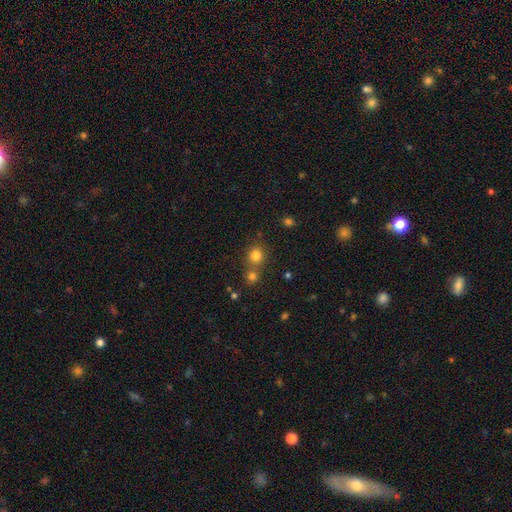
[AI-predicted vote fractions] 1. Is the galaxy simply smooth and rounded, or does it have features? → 79% smooth, 15% star or artifact, 6% featured or disk.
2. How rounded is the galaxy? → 85% round, 14% in between, 1% cigar-shaped.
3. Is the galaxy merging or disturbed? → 59% none, 31% merger, 7% minor disturbance, 3% major disturbance.